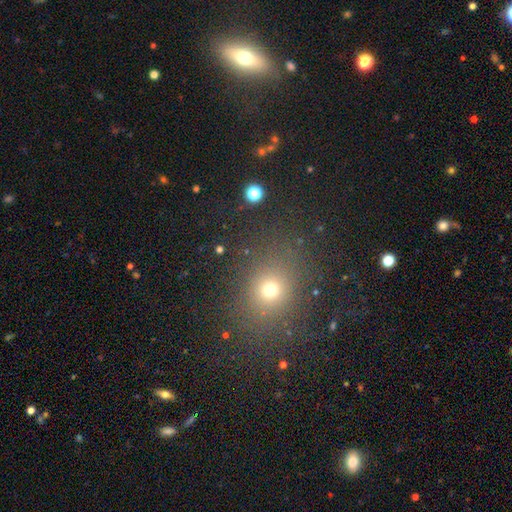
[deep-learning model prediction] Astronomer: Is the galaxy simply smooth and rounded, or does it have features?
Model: smooth — 56% (runner-up: star or artifact, 33%).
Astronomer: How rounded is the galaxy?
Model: round — 59% (runner-up: in between, 39%).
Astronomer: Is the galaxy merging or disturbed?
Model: none — 86%.